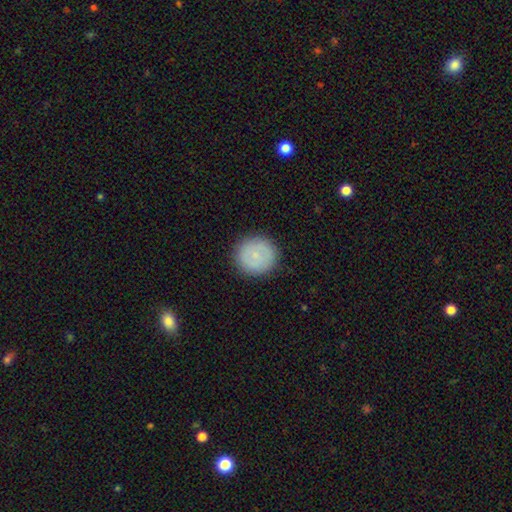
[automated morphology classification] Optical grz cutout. It shows a smooth galaxy with no disk features (73%) that is round (93%). Merging: none (90%).